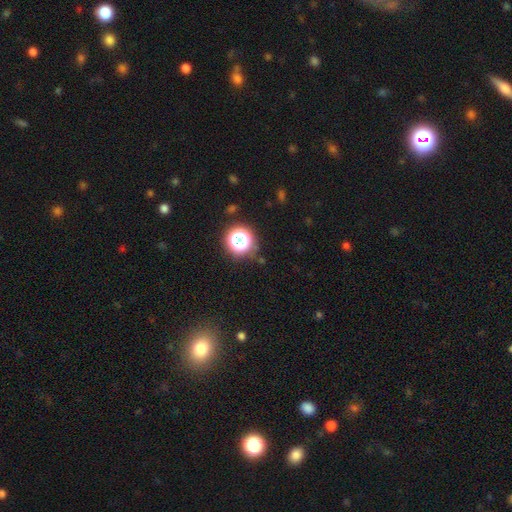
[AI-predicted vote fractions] Overall: star or artifact (68%).